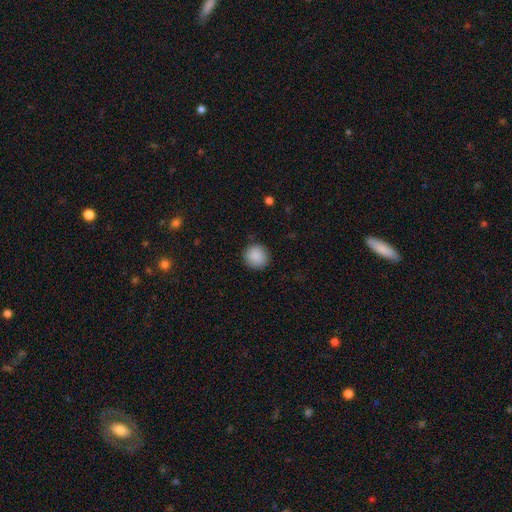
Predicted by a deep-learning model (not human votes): This appears to be a smooth galaxy with no disk features (88%) that is round (93%). Merging: none (89%).